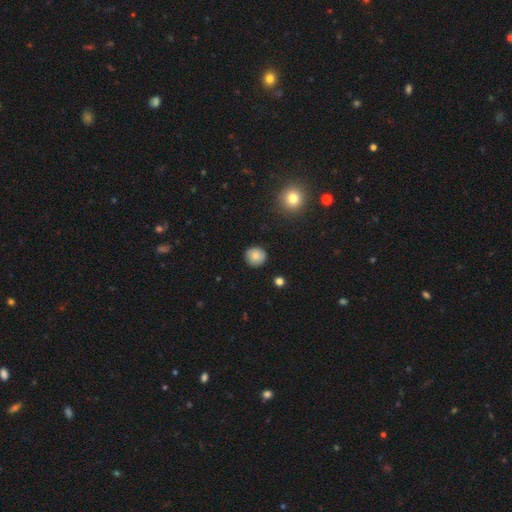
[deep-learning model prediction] smooth-or-featured: smooth: 81% | featured or disk: 10% | star or artifact: 9%
  how-rounded: round: 92% | in between: 7% | cigar-shaped: 1%
  merging: none: 88% | minor disturbance: 9% | major disturbance: 2% | merger: 1%